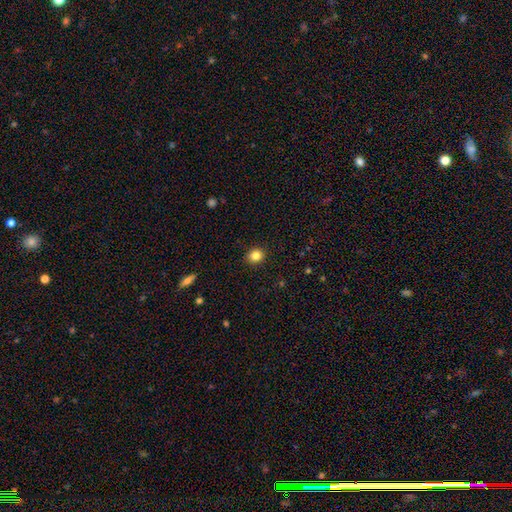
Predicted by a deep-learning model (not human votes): smooth-or-featured: smooth: 84% | star or artifact: 11% | featured or disk: 5%
  how-rounded: round: 69% | in between: 30% | cigar-shaped: 1%
  merging: none: 91% | minor disturbance: 7% | major disturbance: 2% | merger: 1%